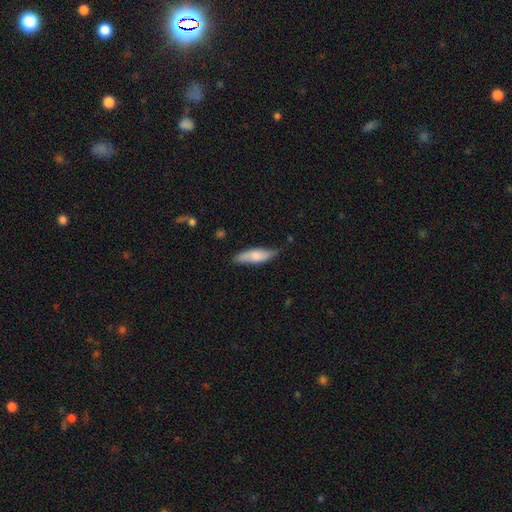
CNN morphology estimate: The model was most divided on "how rounded": in between: 53%, cigar-shaped: 45%, round: 2%. More confident: merging — none (72%); smooth or featured — smooth (68%).